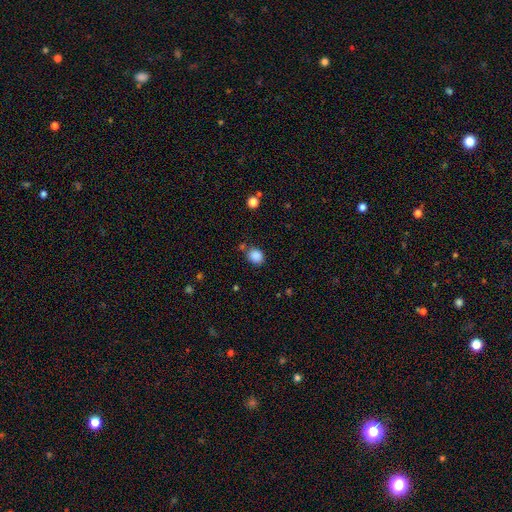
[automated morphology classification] A smooth galaxy with no disk features (87%) that is round (56%).

Vote fractions:
- Smooth or featured? smooth: 87% / star or artifact: 10% / featured or disk: 3%
- How rounded? round: 56% / in between: 43% / cigar-shaped: 1%
- Merging? none: 73% / minor disturbance: 15% / merger: 7% / major disturbance: 4%